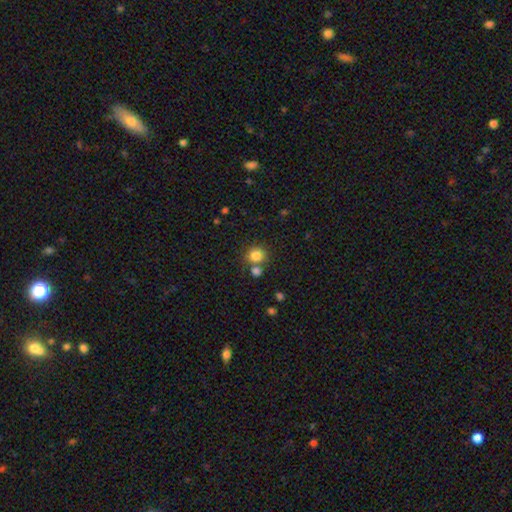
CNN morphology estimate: This appears to be a smooth galaxy with no disk features (82%) that is round (81%). Merging: none (62%).